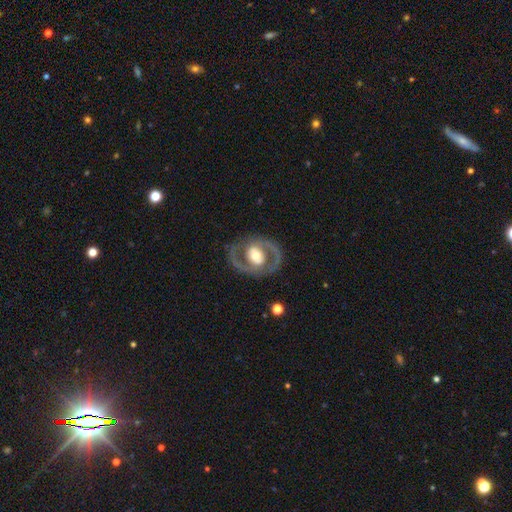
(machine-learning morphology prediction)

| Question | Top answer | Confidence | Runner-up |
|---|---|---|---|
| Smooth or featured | featured or disk | 78% | smooth (17%) |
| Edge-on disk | no | 95% | yes (5%) |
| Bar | no | 51% | weak (30%) |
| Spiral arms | yes | 65% | no (35%) |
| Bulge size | moderate | 62% | large (24%) |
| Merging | none | 79% | minor disturbance (11%) |